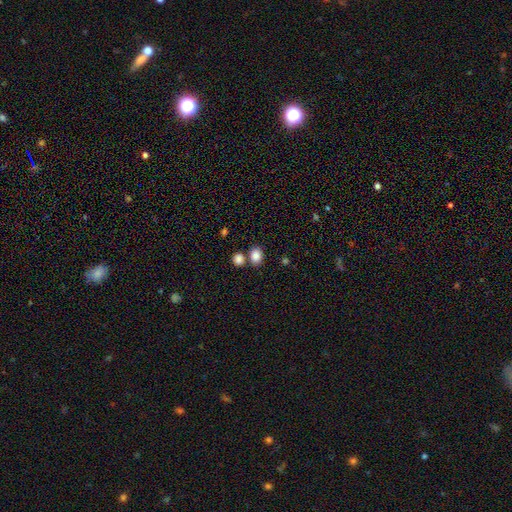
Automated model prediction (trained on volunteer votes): smooth 86%, star or artifact 10%, featured or disk 5%. Down the decision tree: how rounded — in between (54%); merging — none (65%).